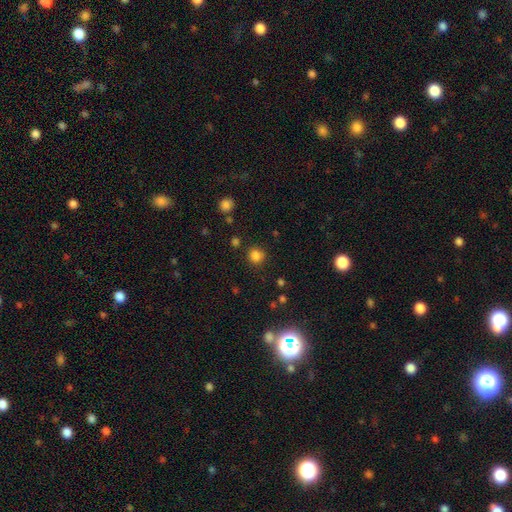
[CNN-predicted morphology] The model was most divided on "smooth or featured": smooth: 82%, star or artifact: 14%, featured or disk: 4%. More confident: how rounded — round (87%); merging — none (85%).